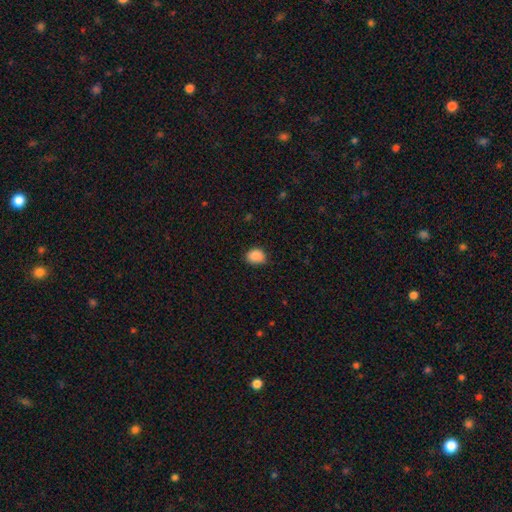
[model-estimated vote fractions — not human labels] Morphology: type=smooth (88%); roundness=in between (55%); merging=none (76%).